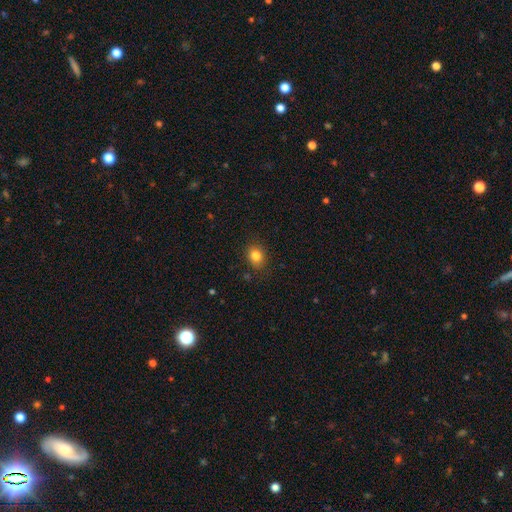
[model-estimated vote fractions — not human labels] This is clearly a smooth galaxy (82%). How rounded: possibly round (57%). Merging: clearly none (86%).